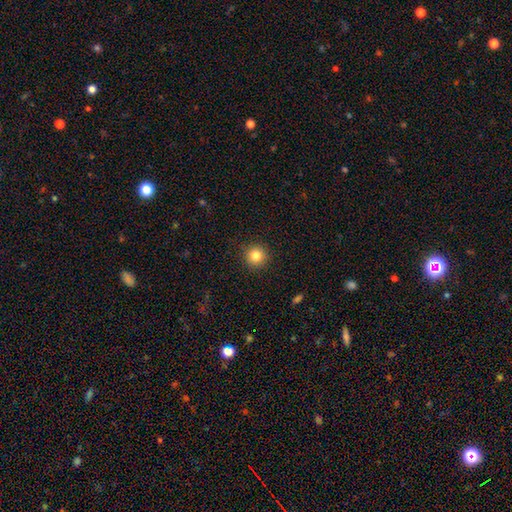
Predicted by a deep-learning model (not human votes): The model was most divided on "smooth or featured": smooth: 82%, star or artifact: 11%, featured or disk: 6%. More confident: how rounded — round (95%); merging — none (92%).